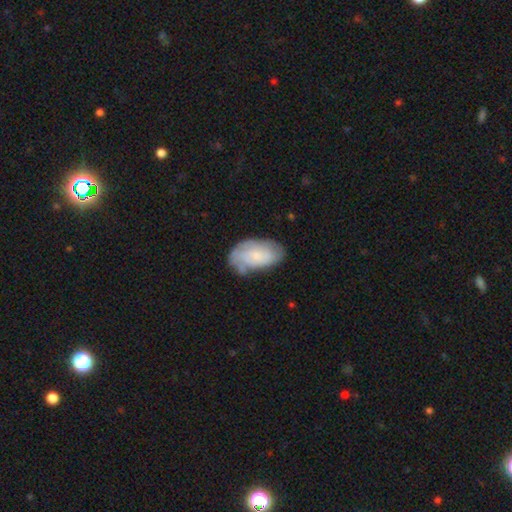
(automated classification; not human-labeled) Smooth or featured?
  - smooth: 51% *
  - featured or disk: 42%
  - star or artifact: 7%
How rounded?
  - in between: 93% *
  - round: 4%
  - cigar-shaped: 3%
Merging?
  - none: 56% *
  - minor disturbance: 29%
  - major disturbance: 10%
  - merger: 4%